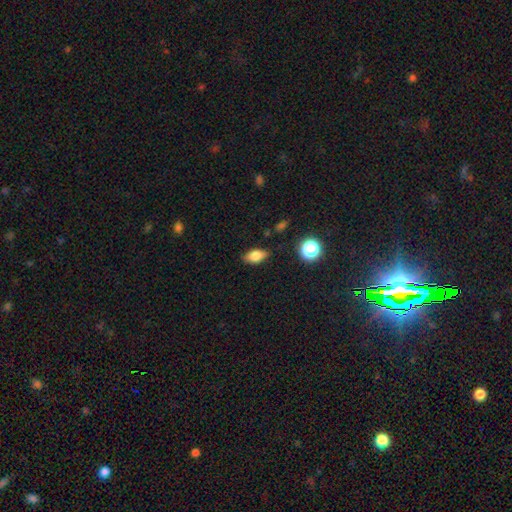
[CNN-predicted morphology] smooth 75%, featured or disk 15%, star or artifact 10%. Down the decision tree: how rounded — in between (83%); merging — none (80%).